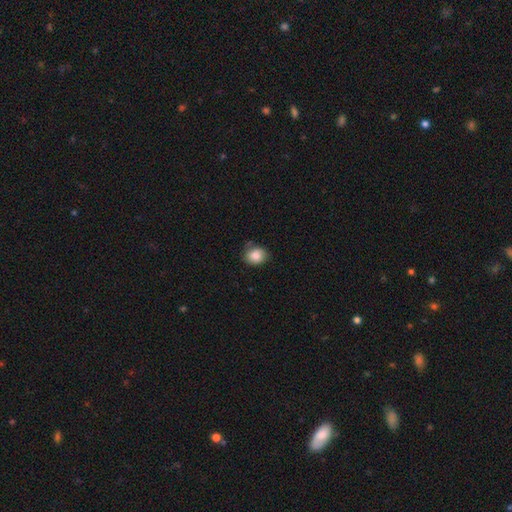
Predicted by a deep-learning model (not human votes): smooth_or_featured: smooth (p=0.85) [alt: star or artifact p=0.08]
how_rounded: round (p=0.60) [alt: in between p=0.39]
merging: none (p=0.68) [alt: minor disturbance p=0.23]